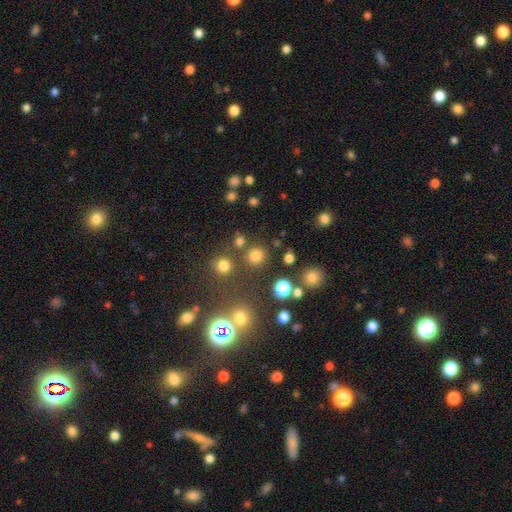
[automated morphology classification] A smooth galaxy with no disk features (77%) that is round (92%).

Vote fractions:
- Smooth or featured? smooth: 77% / star or artifact: 18% / featured or disk: 5%
- How rounded? round: 92% / in between: 7% / cigar-shaped: 1%
- Merging? none: 84% / minor disturbance: 6% / merger: 6% / major disturbance: 3%